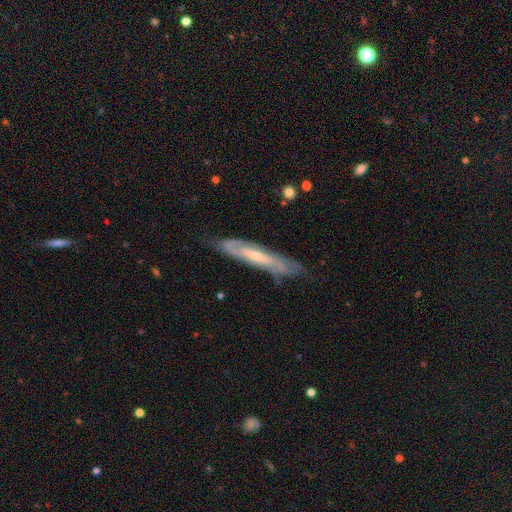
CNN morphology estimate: type=featured or disk (70%); edge-on=yes (58%); merging=none (76%).